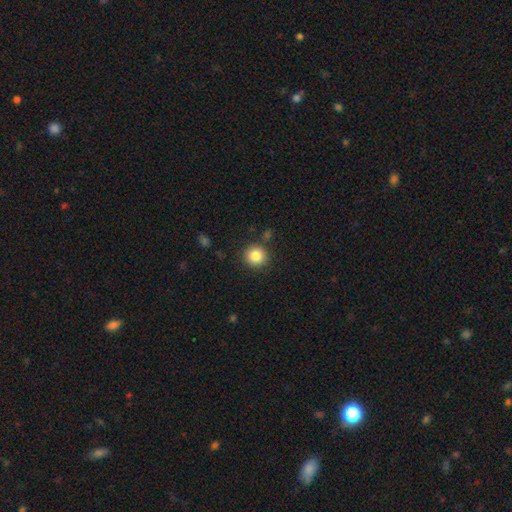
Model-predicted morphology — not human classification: Q: Smooth or featured?
A: smooth (84%); runner-up: star or artifact (10%)
Q: How rounded?
A: round (92%); runner-up: in between (7%)
Q: Merging?
A: none (87%); runner-up: minor disturbance (8%)